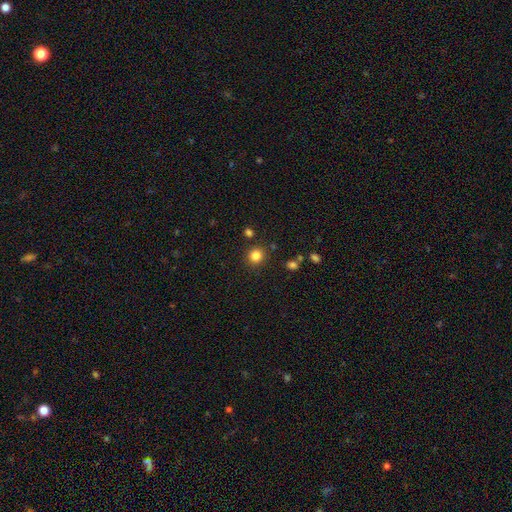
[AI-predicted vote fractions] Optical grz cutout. It shows a smooth galaxy with no disk features (83%) that is round (88%). Merging: none (87%).